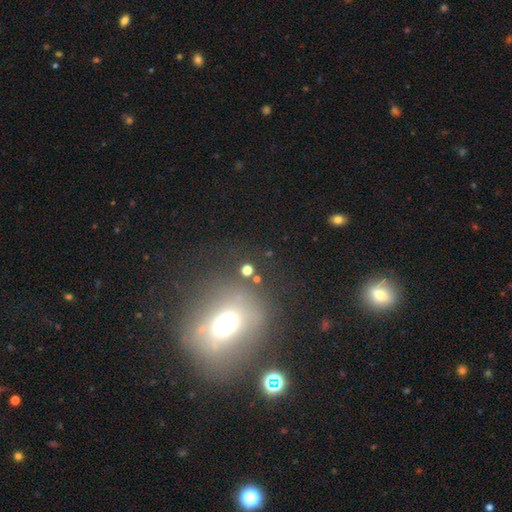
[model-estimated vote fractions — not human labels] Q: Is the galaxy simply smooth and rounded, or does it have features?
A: smooth — 43%.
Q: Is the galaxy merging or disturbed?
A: none — 68%.